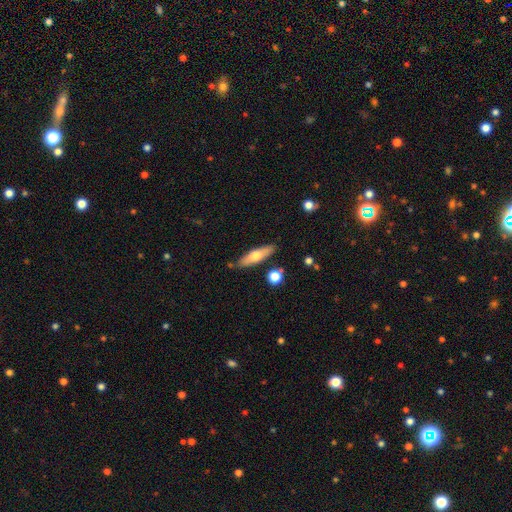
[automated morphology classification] Smooth or featured? smooth (55%)
How rounded? cigar-shaped (63%)
Merging? none (82%)